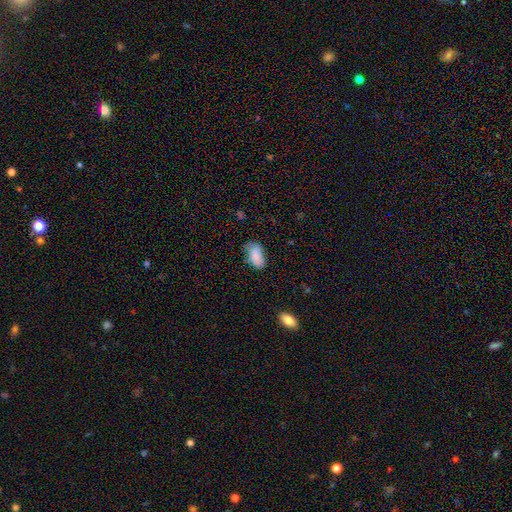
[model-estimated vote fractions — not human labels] A smooth galaxy with no disk features (83%) that is in between round and cigar-shaped (93%).

Vote fractions:
- Smooth or featured? smooth: 83% / featured or disk: 9% / star or artifact: 7%
- How rounded? in between: 93% / round: 4% / cigar-shaped: 3%
- Merging? none: 59% / minor disturbance: 31% / major disturbance: 7% / merger: 2%